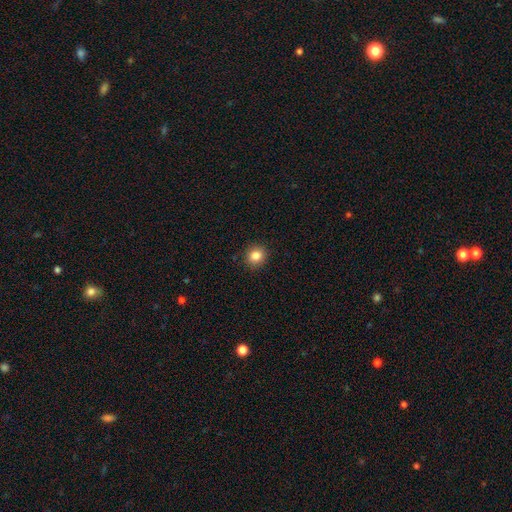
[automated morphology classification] This appears to be a smooth galaxy with no disk features (84%) that is round (85%). Merging: none (91%).